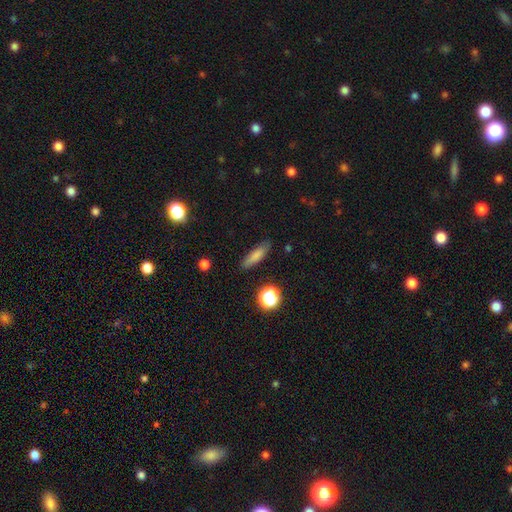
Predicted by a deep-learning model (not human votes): Q: Smooth or featured?
A: smooth (78%); runner-up: featured or disk (12%)
Q: How rounded?
A: cigar-shaped (62%); runner-up: in between (34%)
Q: Merging?
A: none (83%); runner-up: minor disturbance (12%)